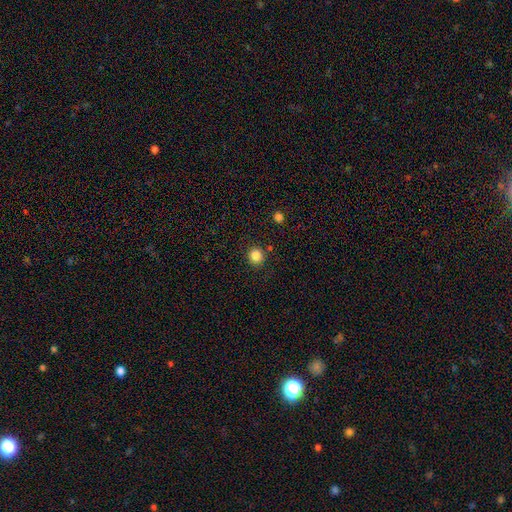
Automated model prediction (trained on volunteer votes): smooth-or-featured: smooth: 85% | star or artifact: 11% | featured or disk: 4%
  how-rounded: round: 89% | in between: 10% | cigar-shaped: 1%
  merging: none: 88% | minor disturbance: 7% | merger: 3% | major disturbance: 2%